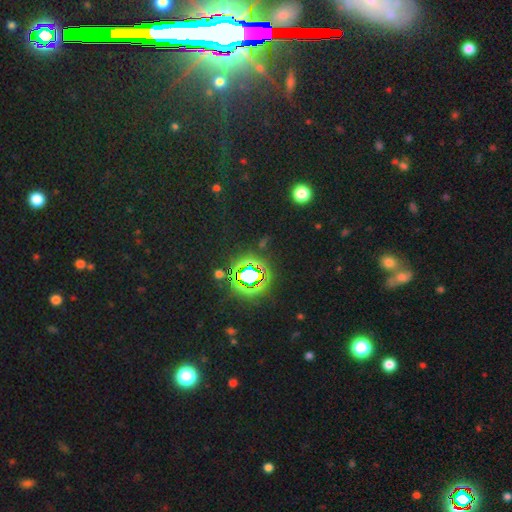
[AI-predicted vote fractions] Morphology: type=star or artifact (81%).